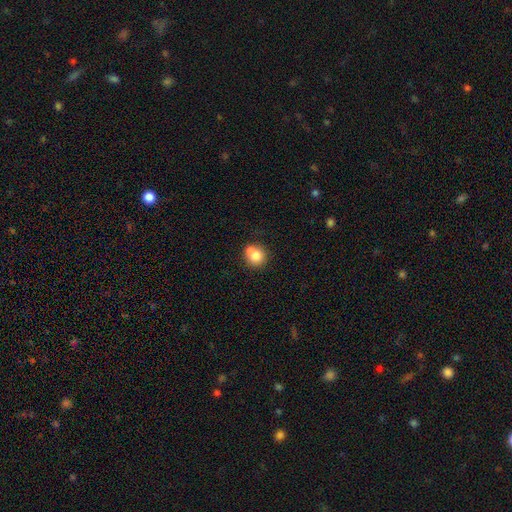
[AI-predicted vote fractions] This is likely a smooth galaxy (75%). How rounded: clearly round (83%). Merging: possibly none (45%).